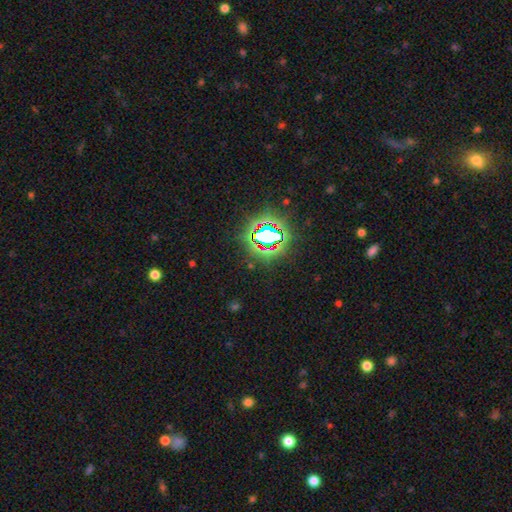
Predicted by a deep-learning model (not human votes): A star or artifact, not a galaxy (81%).